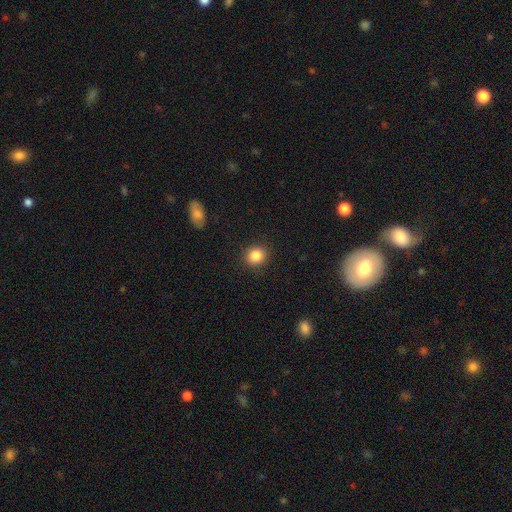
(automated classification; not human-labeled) Smooth or featured: smooth — 85% (star or artifact — 10%)
How rounded: round — 84% (in between — 15%)
Merging: none — 91% (minor disturbance — 6%)